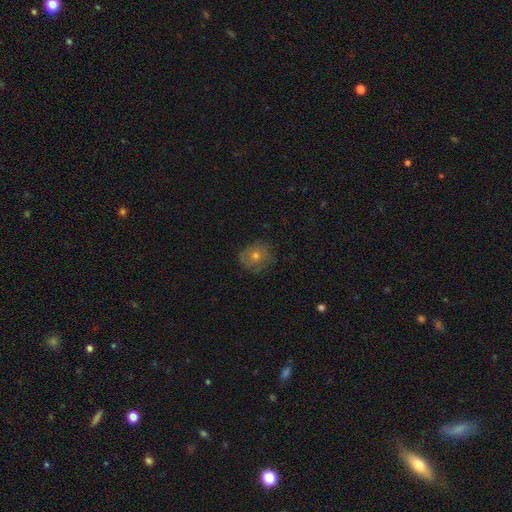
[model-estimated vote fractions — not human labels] This appears to be a smooth galaxy with no disk features (56%) that is round (80%). Merging: none (76%).